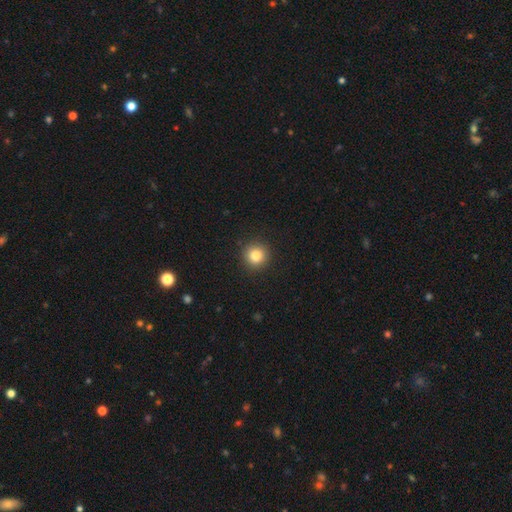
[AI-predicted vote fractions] Smooth or featured: smooth — 83% (star or artifact — 11%)
How rounded: round — 94% (in between — 5%)
Merging: none — 92% (minor disturbance — 5%)